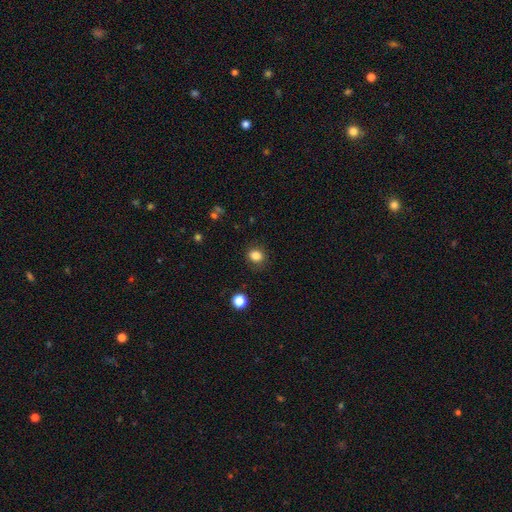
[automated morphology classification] type=smooth (84%); roundness=round (72%); merging=none (84%).